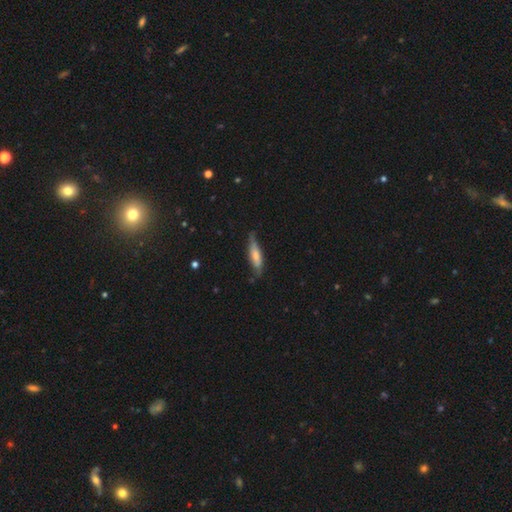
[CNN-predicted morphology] Overall: smooth (59%; featured or disk 35%). How rounded: cigar-shaped (67%; in between 31%). Merging: none (63%; minor disturbance 28%).